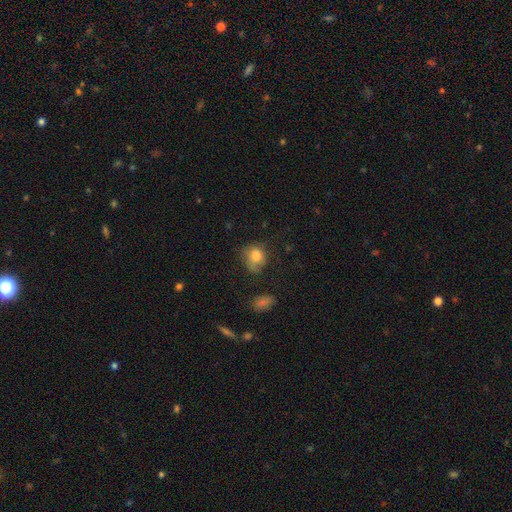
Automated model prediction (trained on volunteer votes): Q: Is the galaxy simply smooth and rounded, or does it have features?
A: smooth — 79%.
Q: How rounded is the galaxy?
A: round — 59%.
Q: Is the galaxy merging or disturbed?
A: none — 44%.